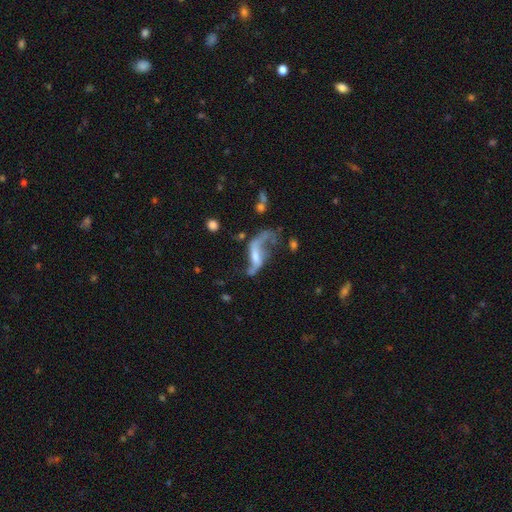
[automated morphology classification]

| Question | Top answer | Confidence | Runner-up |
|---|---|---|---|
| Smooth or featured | featured or disk | 77% | smooth (15%) |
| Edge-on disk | no | 92% | yes (8%) |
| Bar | weak | 41% | no (31%) |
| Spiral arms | yes | 84% | no (16%) |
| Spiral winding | loose | 90% | medium (8%) |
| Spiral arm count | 2 | 81% | 1 (13%) |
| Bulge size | small | 37% | moderate (34%) |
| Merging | none | 37% | major disturbance (33%) |